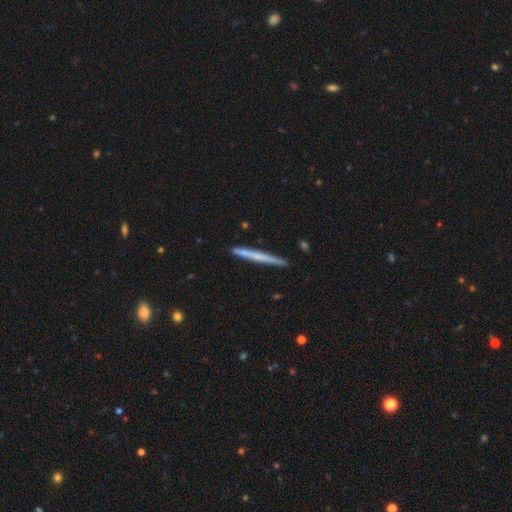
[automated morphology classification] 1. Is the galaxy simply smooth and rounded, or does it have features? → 51% smooth, 44% featured or disk, 5% star or artifact.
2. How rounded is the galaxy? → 97% cigar-shaped, 2% in between, 1% round.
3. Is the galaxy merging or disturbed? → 91% none, 6% minor disturbance, 1% merger, 1% major disturbance.